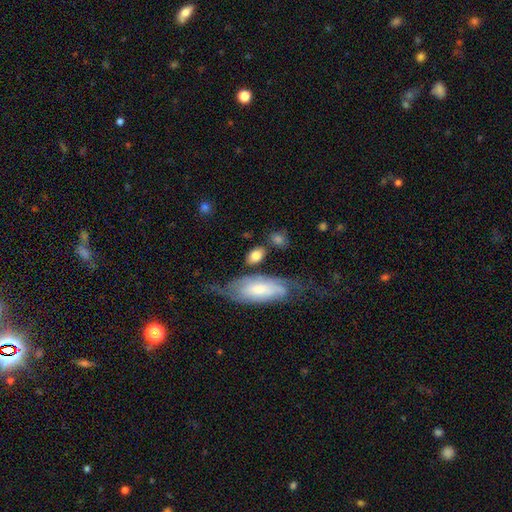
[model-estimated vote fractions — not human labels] A smooth galaxy with no disk features (76%) that is in between round and cigar-shaped (84%). Merging: none (62%).